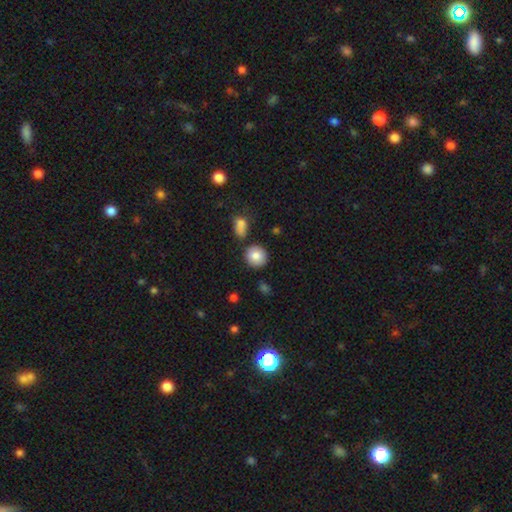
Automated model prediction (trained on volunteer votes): Smooth or featured: smooth — 85% (star or artifact — 8%)
How rounded: round — 87% (in between — 12%)
Merging: none — 82% (minor disturbance — 9%)